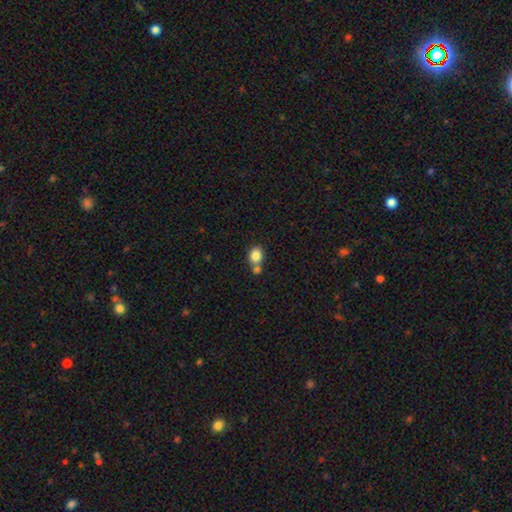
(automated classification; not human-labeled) smooth_or_featured: smooth (p=0.83) [alt: star or artifact p=0.09]
how_rounded: round (p=0.54) [alt: in between p=0.45]
merging: none (p=0.48) [alt: merger p=0.37]